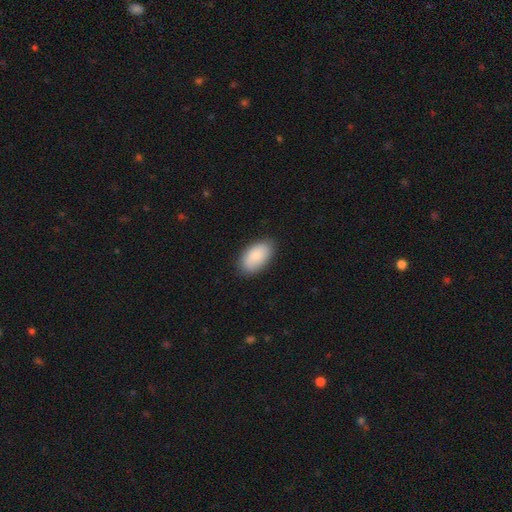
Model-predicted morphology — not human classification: Smooth or featured? Predicted: smooth (p=0.85). How rounded? Predicted: in between (p=0.95). Merging? Predicted: none (p=0.83).